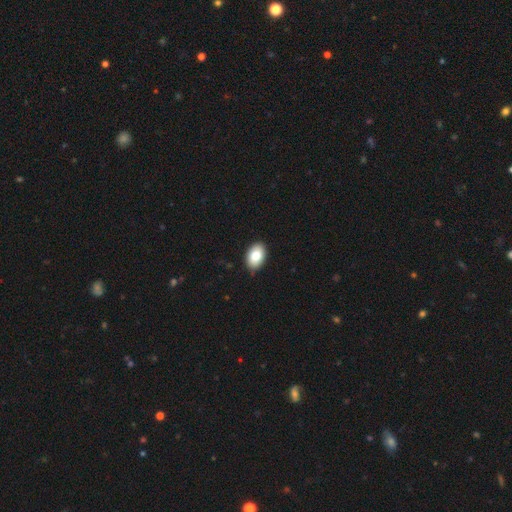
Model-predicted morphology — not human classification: This is clearly a smooth galaxy (82%). How rounded: clearly in between (89%). Merging: clearly none (88%).